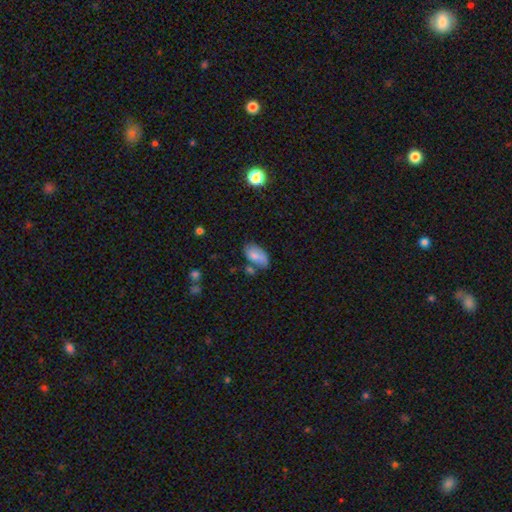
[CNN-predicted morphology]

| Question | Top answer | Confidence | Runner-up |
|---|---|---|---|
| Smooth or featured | smooth | 77% | featured or disk (15%) |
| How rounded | in between | 93% | round (5%) |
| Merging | none | 55% | minor disturbance (25%) |